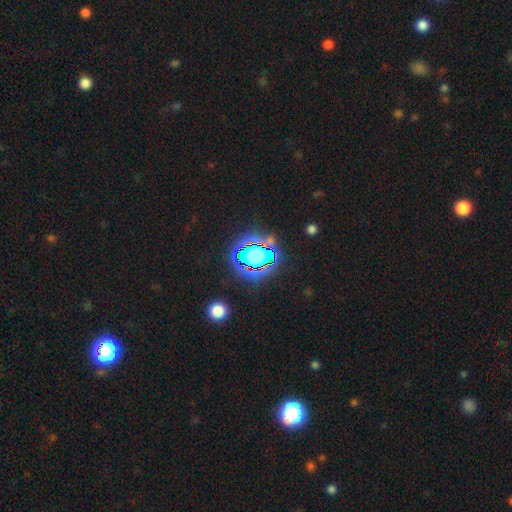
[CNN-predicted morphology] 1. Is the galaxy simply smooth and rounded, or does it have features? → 59% star or artifact, 26% smooth, 15% featured or disk.